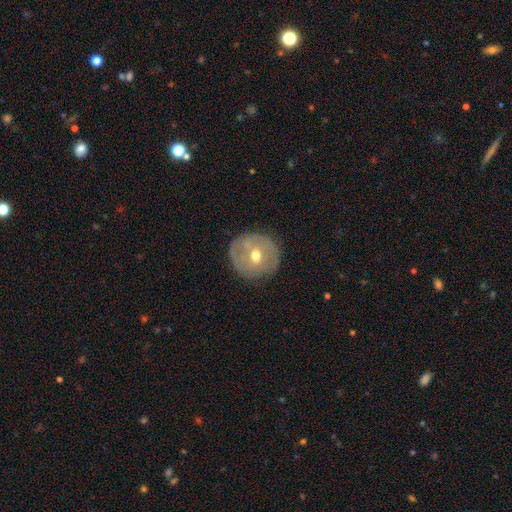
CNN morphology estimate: smooth-or-featured: featured or disk: 47% | smooth: 45% | star or artifact: 8%
  merging: none: 78% | minor disturbance: 15% | major disturbance: 5% | merger: 3%